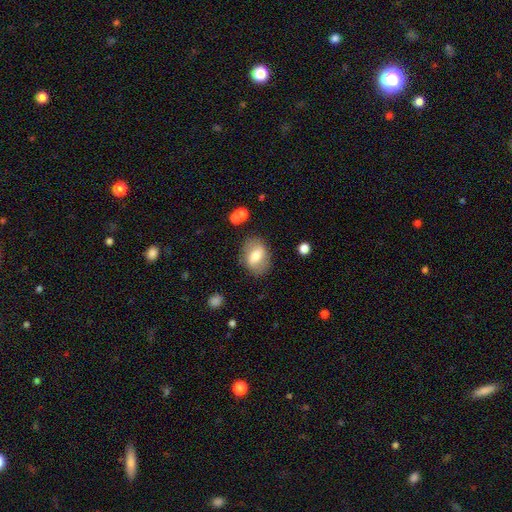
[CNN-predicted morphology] smooth_or_featured: smooth (p=0.57) [alt: featured or disk p=0.36]
how_rounded: in between (p=0.70) [alt: round p=0.28]
merging: none (p=0.80) [alt: minor disturbance p=0.13]